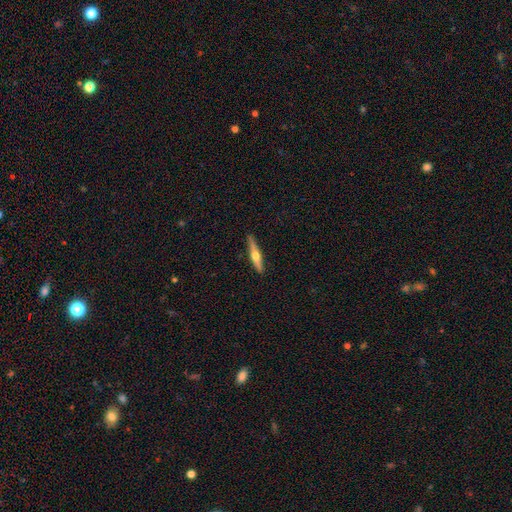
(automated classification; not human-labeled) Overall: featured or disk (61%; smooth 34%). Edge-on disk: yes (96%). Edge-on bulge: rounded (94%). Merging: none (90%).